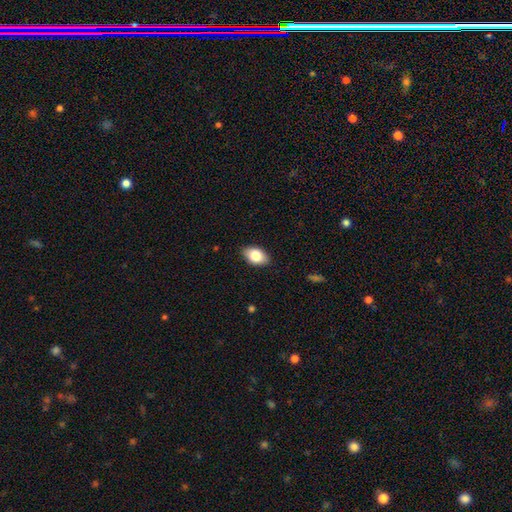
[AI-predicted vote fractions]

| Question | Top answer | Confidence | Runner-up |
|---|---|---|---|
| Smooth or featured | smooth | 82% | featured or disk (11%) |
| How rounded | in between | 91% | round (8%) |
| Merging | none | 86% | minor disturbance (11%) |